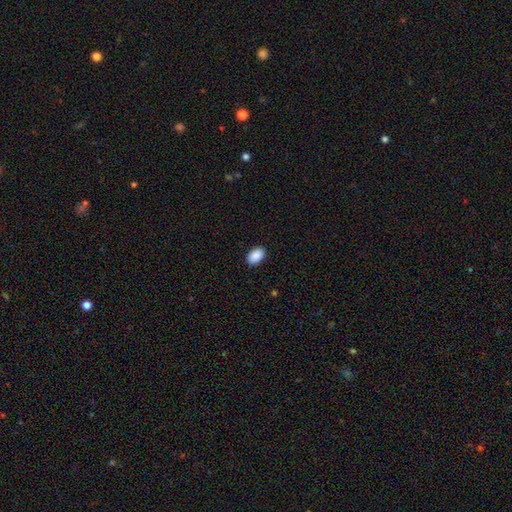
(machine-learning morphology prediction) Smooth or featured? Predicted: smooth (p=0.91). How rounded? Predicted: in between (p=0.91). Merging? Predicted: none (p=0.90).